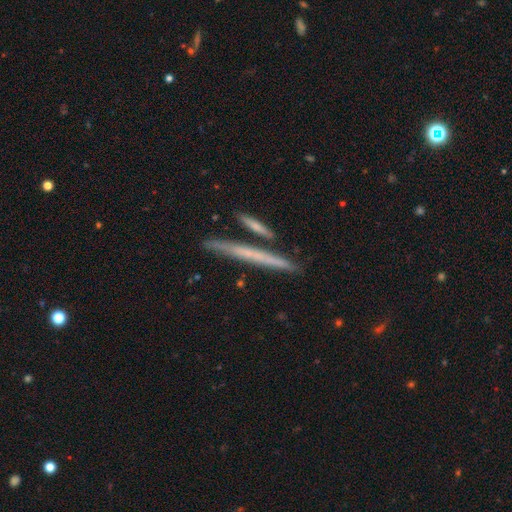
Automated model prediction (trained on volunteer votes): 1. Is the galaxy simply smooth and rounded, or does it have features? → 52% featured or disk, 37% smooth, 11% star or artifact.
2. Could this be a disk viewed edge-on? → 93% yes, 7% no.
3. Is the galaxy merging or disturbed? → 80% none, 10% minor disturbance, 6% merger, 3% major disturbance.